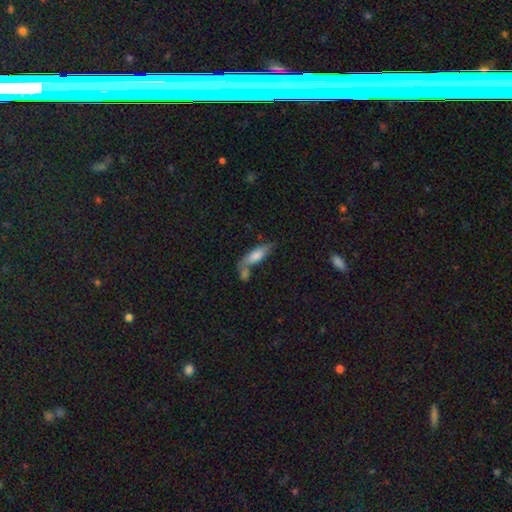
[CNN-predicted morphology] A smooth galaxy with no disk features (71%) that is in between round and cigar-shaped (56%).

Vote fractions:
- Smooth or featured? smooth: 71% / featured or disk: 22% / star or artifact: 8%
- How rounded? in between: 56% / cigar-shaped: 41% / round: 3%
- Merging? merger: 38% / none: 37% / minor disturbance: 17% / major disturbance: 8%